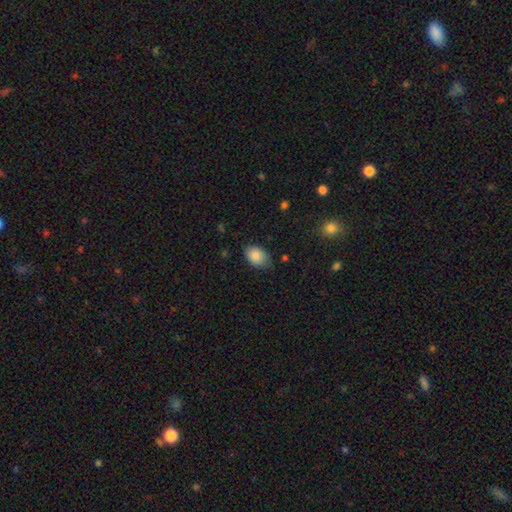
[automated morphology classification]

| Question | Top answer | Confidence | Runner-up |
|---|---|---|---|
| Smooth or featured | smooth | 87% | star or artifact (7%) |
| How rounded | in between | 83% | round (16%) |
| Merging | none | 72% | minor disturbance (23%) |